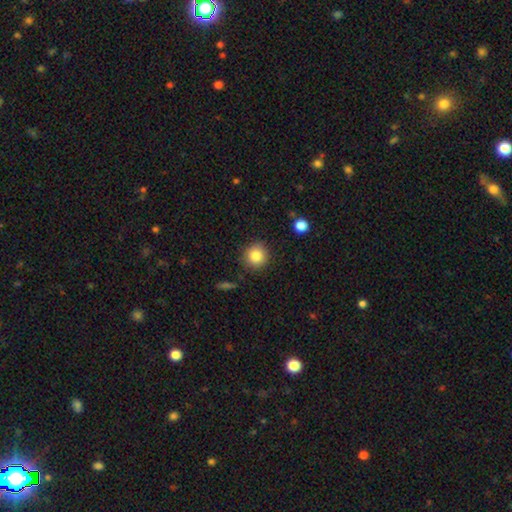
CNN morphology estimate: A smooth galaxy with no disk features (84%) that is round (92%). Merging: none (88%).